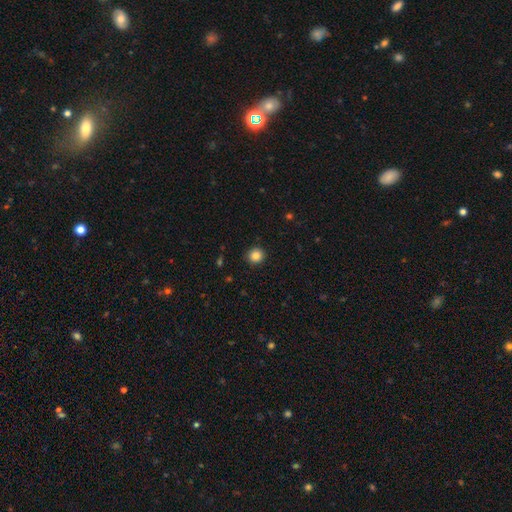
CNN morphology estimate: Overall: smooth (85%). How rounded: round (92%). Merging: none (91%).